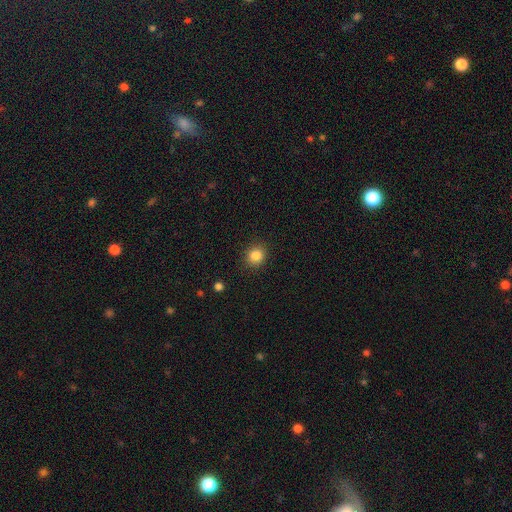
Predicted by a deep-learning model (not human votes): Smooth or featured?
  - smooth: 84% *
  - star or artifact: 11%
  - featured or disk: 5%
How rounded?
  - round: 84% *
  - in between: 15%
  - cigar-shaped: 1%
Merging?
  - none: 90% *
  - minor disturbance: 7%
  - major disturbance: 2%
  - merger: 1%